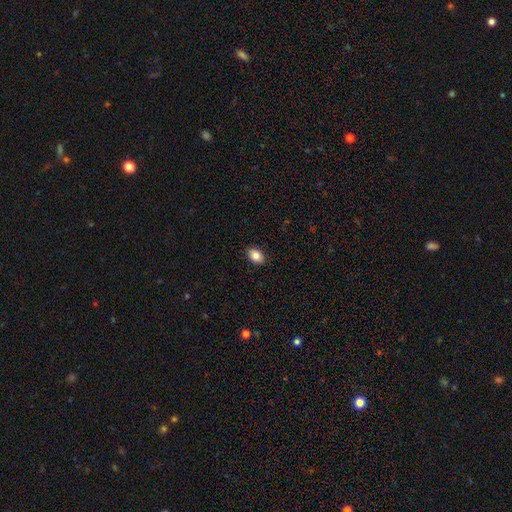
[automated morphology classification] smooth_or_featured: smooth (p=0.86) [alt: star or artifact p=0.08]
how_rounded: in between (p=0.78) [alt: round p=0.21]
merging: none (p=0.89) [alt: minor disturbance p=0.08]